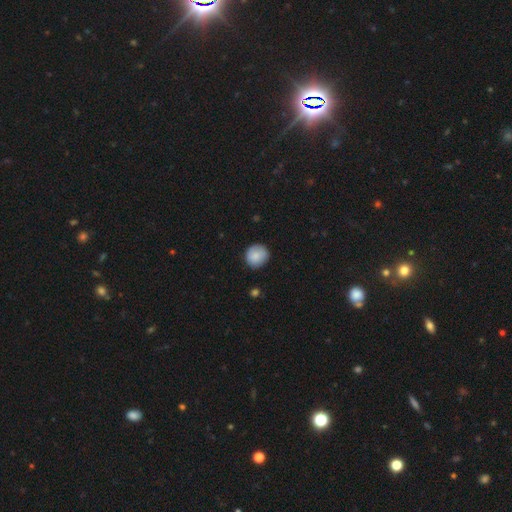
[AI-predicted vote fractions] smooth_or_featured: smooth (p=0.85) [alt: featured or disk p=0.08]
how_rounded: round (p=0.90) [alt: in between p=0.09]
merging: none (p=0.84) [alt: minor disturbance p=0.12]